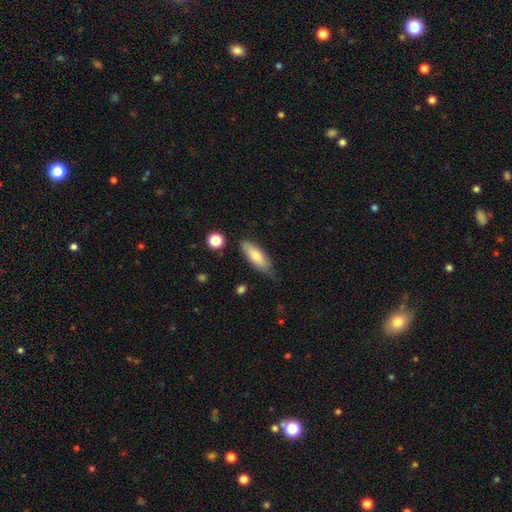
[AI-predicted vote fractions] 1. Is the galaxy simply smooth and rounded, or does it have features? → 75% smooth, 19% featured or disk, 6% star or artifact.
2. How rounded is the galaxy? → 61% in between, 37% cigar-shaped, 2% round.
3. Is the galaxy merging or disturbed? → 70% none, 23% minor disturbance, 4% major disturbance, 3% merger.